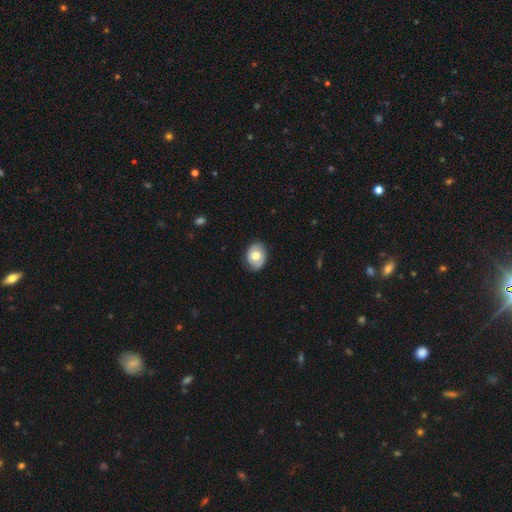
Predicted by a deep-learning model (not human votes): The model was most divided on "how rounded": in between: 63%, round: 36%, cigar-shaped: 1%. More confident: merging — none (79%); smooth or featured — smooth (64%).